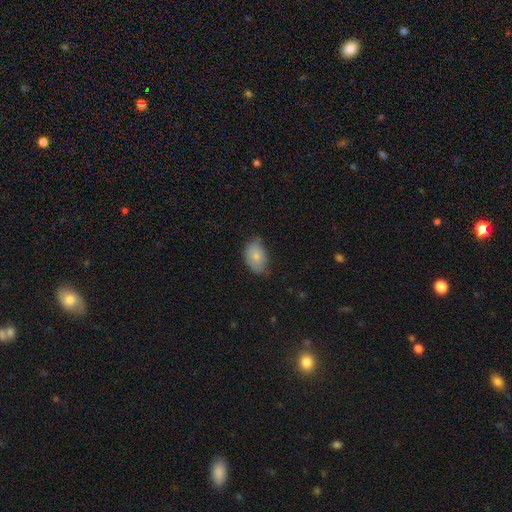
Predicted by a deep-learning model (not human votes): Overall: smooth (78%). How rounded: in between (84%). Merging: none (54%; minor disturbance 37%).